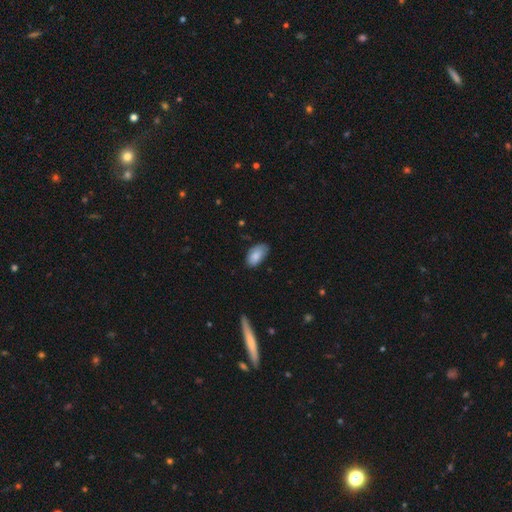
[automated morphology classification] The model was most divided on "merging": none: 66%, minor disturbance: 28%, major disturbance: 5%, merger: 1%. More confident: how rounded — in between (94%); smooth or featured — smooth (83%).